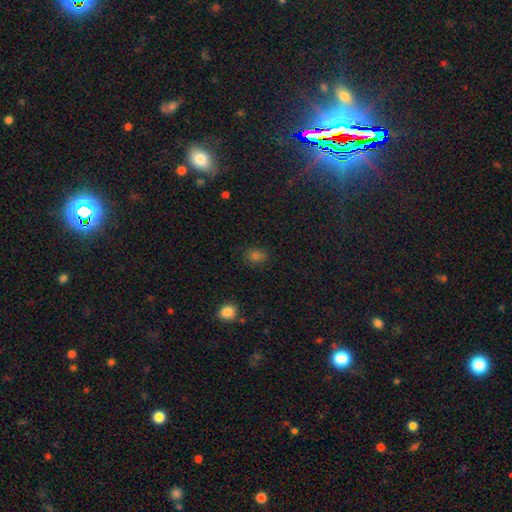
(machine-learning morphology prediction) Smooth or featured: smooth — 67% (star or artifact — 26%)
How rounded: round — 49% (tied with in between — 49%)
Merging: none — 80% (minor disturbance — 14%)